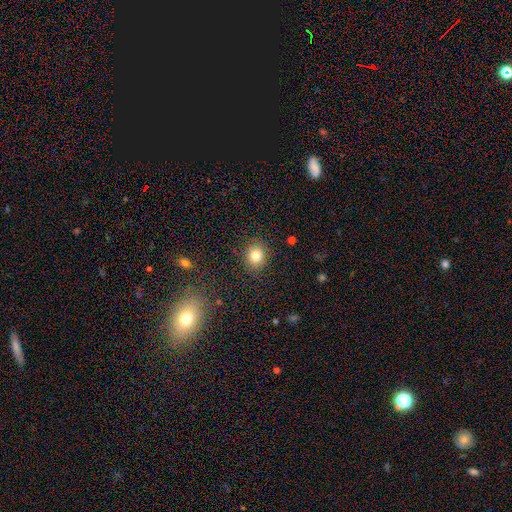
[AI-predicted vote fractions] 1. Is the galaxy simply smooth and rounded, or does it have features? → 81% smooth, 11% star or artifact, 8% featured or disk.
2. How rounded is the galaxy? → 65% round, 34% in between, 1% cigar-shaped.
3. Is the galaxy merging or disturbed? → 88% none, 8% minor disturbance, 3% major disturbance, 1% merger.